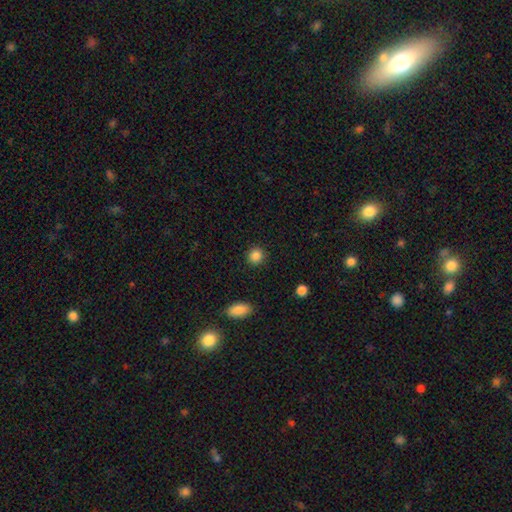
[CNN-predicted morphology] type=smooth (87%); roundness=round (86%); merging=none (91%).